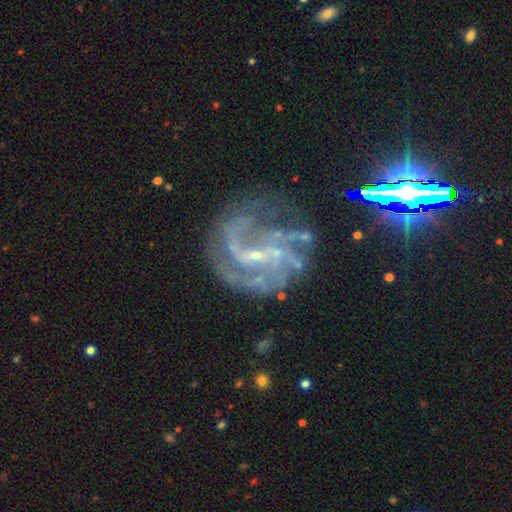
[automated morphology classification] featured or disk 85%, star or artifact 10%, smooth 5%. Down the decision tree: edge-on disk — no (98%); bar — weak (47%); spiral arms — yes (95%); spiral arm count — 3 (25%); spiral winding — medium (50%); bulge size — small (76%); merging — none (52%).